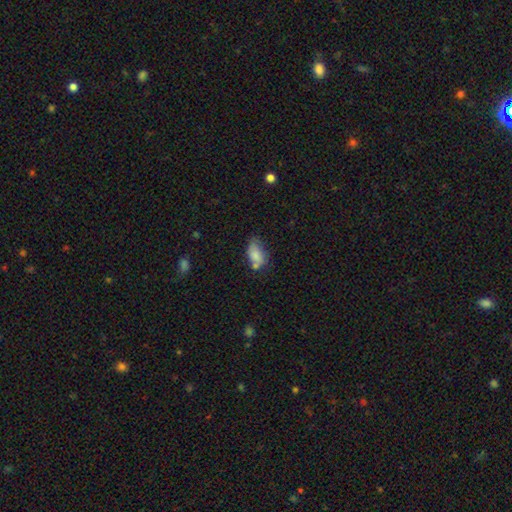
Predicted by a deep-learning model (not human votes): This is likely a smooth galaxy (78%). How rounded: clearly in between (89%). Merging: marginally none (43%).